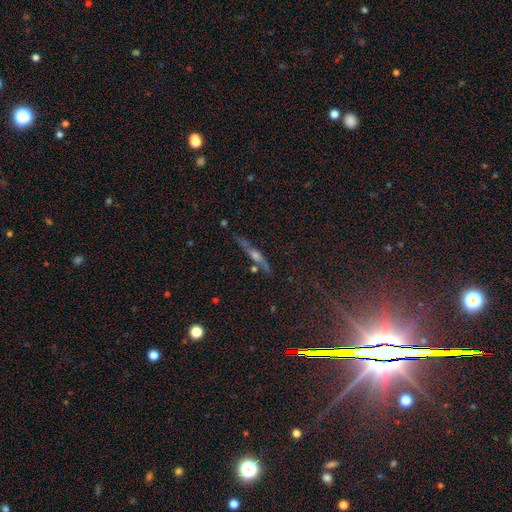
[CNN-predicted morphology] type=featured or disk (53%); edge-on=yes (80%); merging=none (68%).